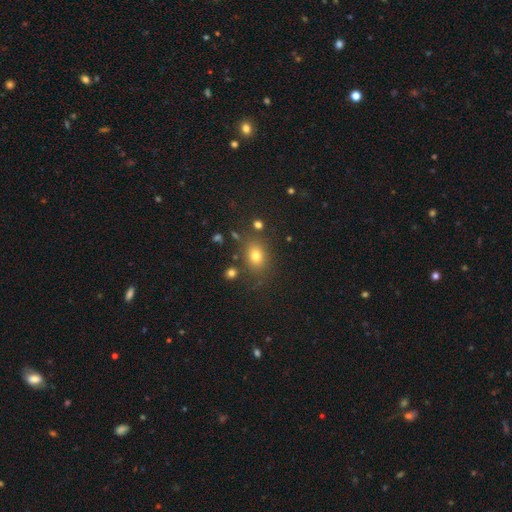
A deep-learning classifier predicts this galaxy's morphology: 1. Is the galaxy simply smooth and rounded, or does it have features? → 75% smooth, 16% star or artifact, 9% featured or disk.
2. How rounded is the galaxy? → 61% in between, 38% round, 1% cigar-shaped.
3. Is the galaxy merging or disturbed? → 78% none, 12% minor disturbance, 5% merger, 5% major disturbance.